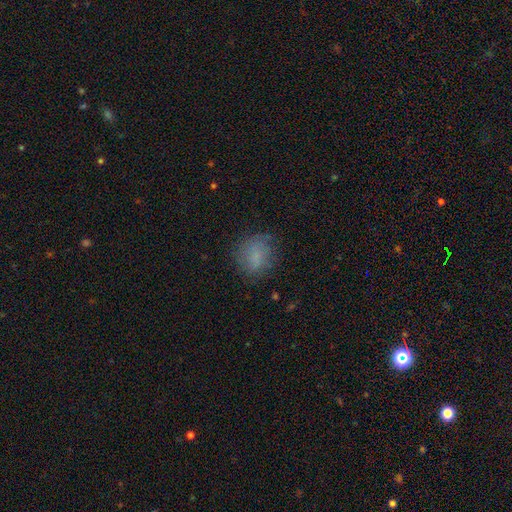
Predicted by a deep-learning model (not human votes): This is likely a smooth galaxy (74%). How rounded: likely round (63%). Merging: likely none (70%).